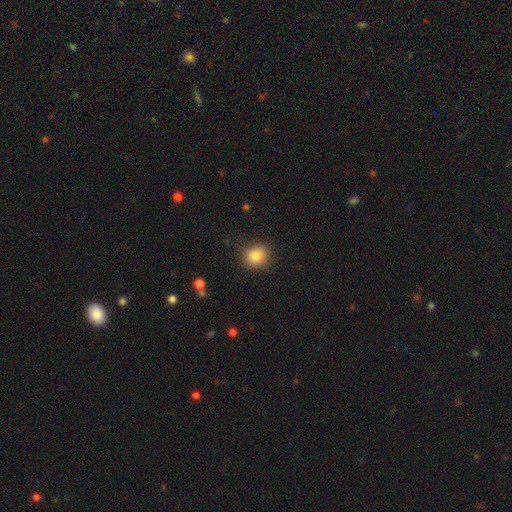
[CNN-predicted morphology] A smooth galaxy with no disk features (83%) that is round (79%).

Vote fractions:
- Smooth or featured? smooth: 83% / star or artifact: 10% / featured or disk: 7%
- How rounded? round: 79% / in between: 20% / cigar-shaped: 1%
- Merging? none: 86% / minor disturbance: 10% / major disturbance: 3% / merger: 1%